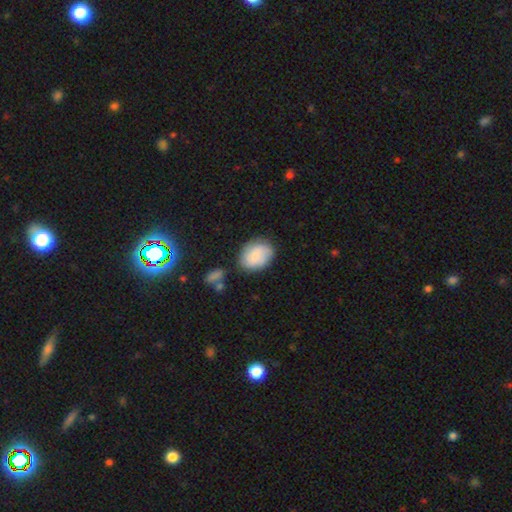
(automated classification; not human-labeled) Morphology: type=smooth (74%); roundness=in between (63%); merging=none (68%).